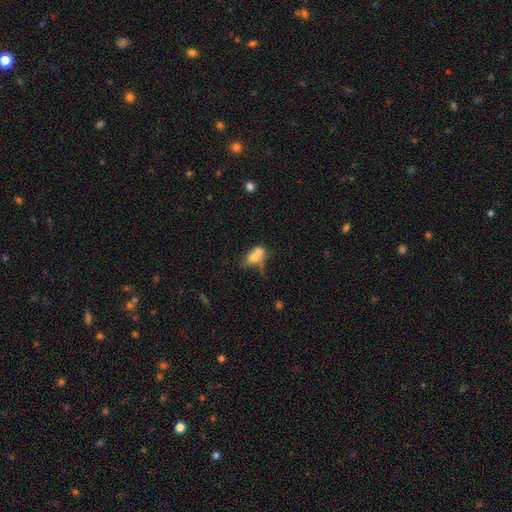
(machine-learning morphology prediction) The model was most divided on "merging": merger: 58%, none: 20%, minor disturbance: 11%, major disturbance: 10%. More confident: how rounded — in between (72%); smooth or featured — smooth (64%).